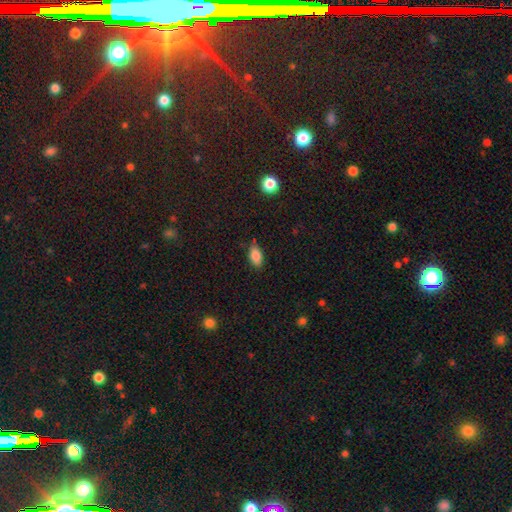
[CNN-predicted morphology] Smooth or featured?
  - smooth: 84% *
  - star or artifact: 9%
  - featured or disk: 7%
How rounded?
  - in between: 89% *
  - round: 6%
  - cigar-shaped: 5%
Merging?
  - none: 80% *
  - minor disturbance: 16%
  - major disturbance: 3%
  - merger: 1%